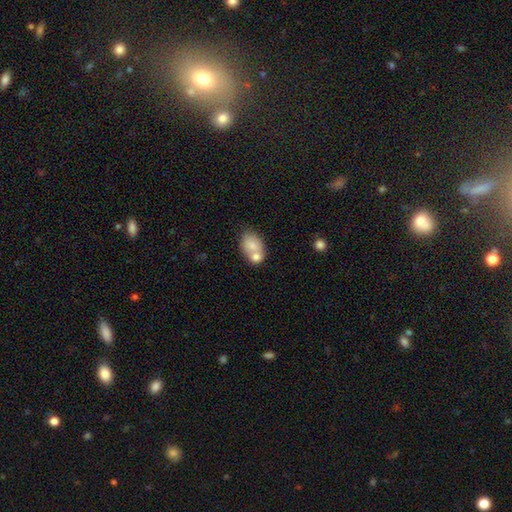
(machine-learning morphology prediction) Smooth or featured: smooth — 74% (featured or disk — 18%)
How rounded: in between — 75% (round — 24%)
Merging: merger — 49% (none — 35%)